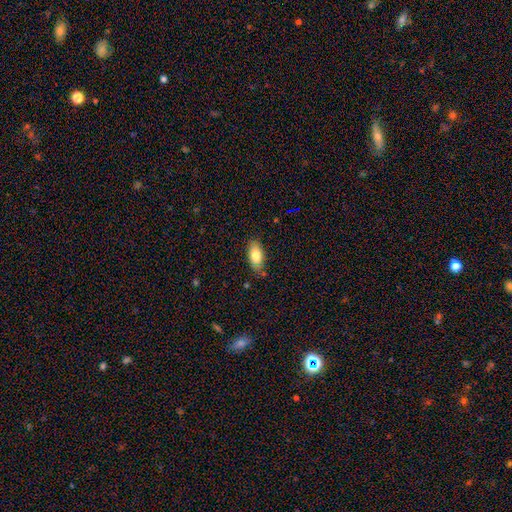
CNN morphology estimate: This is likely a smooth galaxy (80%). How rounded: clearly in between (89%). Merging: likely none (75%).